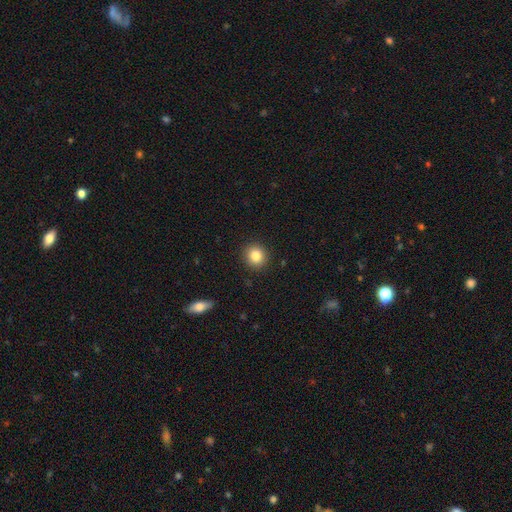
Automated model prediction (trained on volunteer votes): Smooth or featured: smooth — 84% (star or artifact — 10%)
How rounded: round — 87% (in between — 12%)
Merging: none — 91% (minor disturbance — 6%)